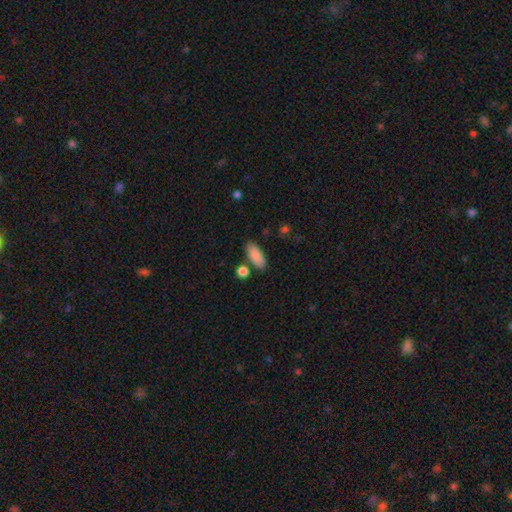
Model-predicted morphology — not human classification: This is clearly a smooth galaxy (88%). How rounded: clearly in between (84%). Merging: likely none (77%).